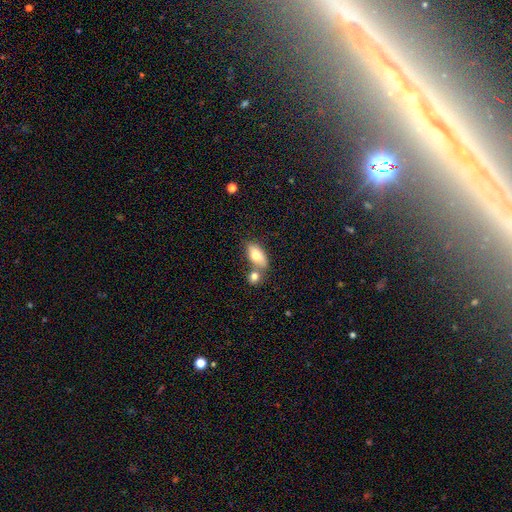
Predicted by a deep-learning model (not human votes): A smooth galaxy with no disk features (73%) that is in between round and cigar-shaped (88%).

Vote fractions:
- Smooth or featured? smooth: 73% / featured or disk: 20% / star or artifact: 7%
- How rounded? in between: 88% / cigar-shaped: 6% / round: 6%
- Merging? none: 47% / merger: 36% / minor disturbance: 12% / major disturbance: 4%